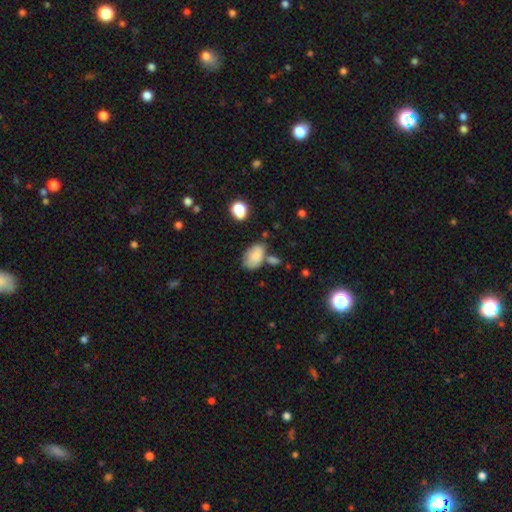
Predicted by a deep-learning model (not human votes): A smooth galaxy with no disk features (82%) that is in between round and cigar-shaped (90%). Merging: none (51%).